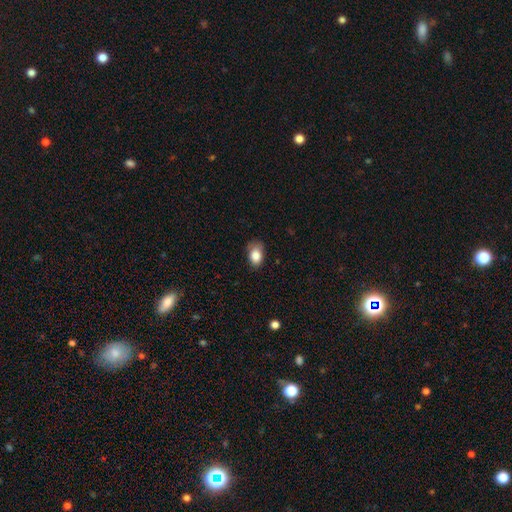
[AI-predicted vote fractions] Smooth or featured: smooth — 84% (star or artifact — 8%)
How rounded: in between — 80% (round — 19%)
Merging: none — 61% (minor disturbance — 30%)